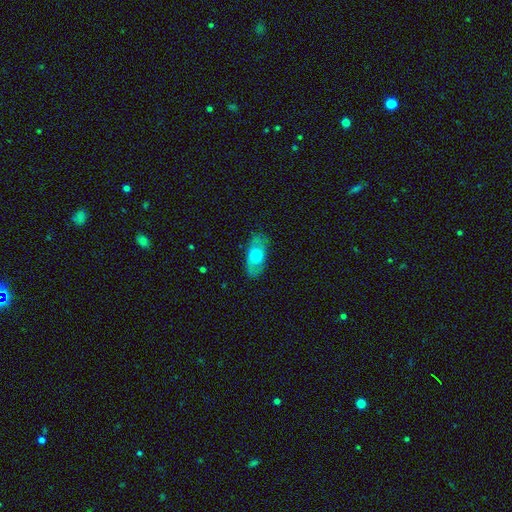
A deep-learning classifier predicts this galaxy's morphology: Smooth or featured?
  - smooth: 61% *
  - featured or disk: 33%
  - star or artifact: 6%
How rounded?
  - in between: 89% *
  - cigar-shaped: 6%
  - round: 5%
Merging?
  - none: 82% *
  - minor disturbance: 13%
  - major disturbance: 3%
  - merger: 1%